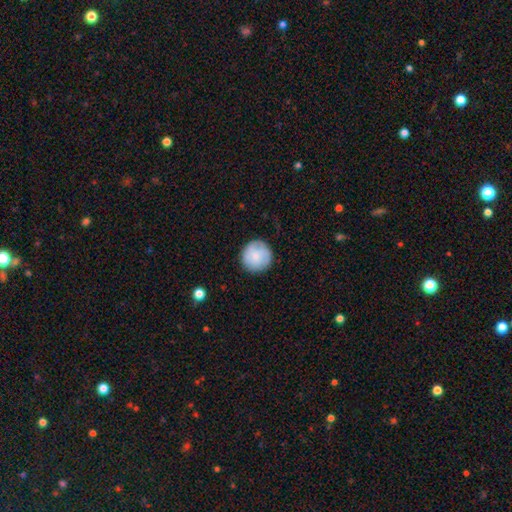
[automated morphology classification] smooth_or_featured: smooth (p=0.76) [alt: featured or disk p=0.18]
how_rounded: round (p=0.95) [alt: in between p=0.04]
merging: none (p=0.87) [alt: minor disturbance p=0.10]